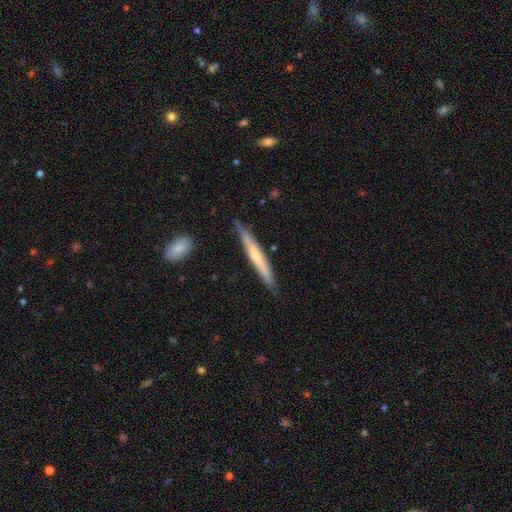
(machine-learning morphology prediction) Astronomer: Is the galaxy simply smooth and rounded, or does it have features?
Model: featured or disk — 50% (runner-up: smooth, 45%).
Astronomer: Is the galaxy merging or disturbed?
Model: none — 82%.